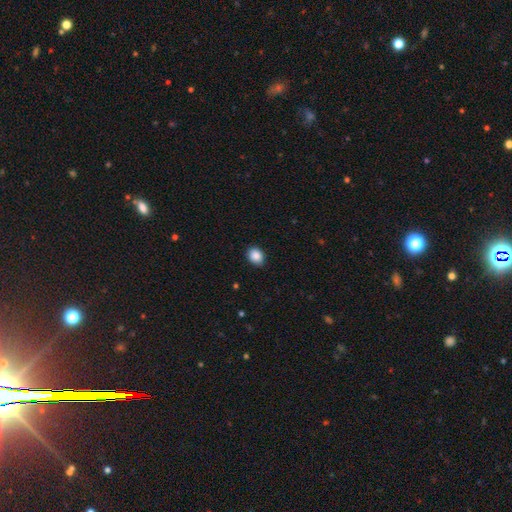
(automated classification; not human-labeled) smooth_or_featured: smooth (p=0.88) [alt: star or artifact p=0.08]
how_rounded: in between (p=0.59) [alt: round p=0.40]
merging: none (p=0.86) [alt: minor disturbance p=0.11]